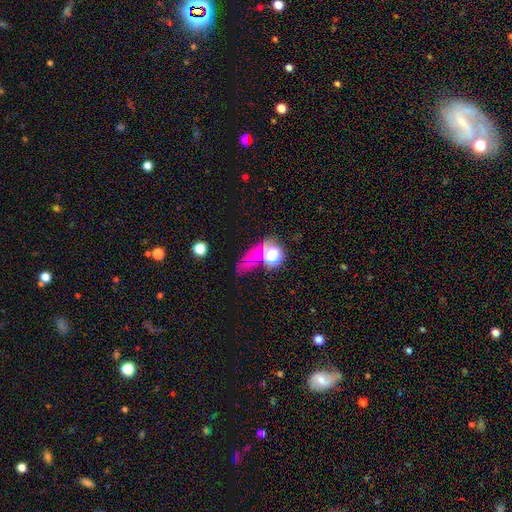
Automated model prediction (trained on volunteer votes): Smooth or featured: smooth — 51% (star or artifact — 37%)
How rounded: in between — 48% (round — 37%)
Merging: none — 62% (minor disturbance — 16%)